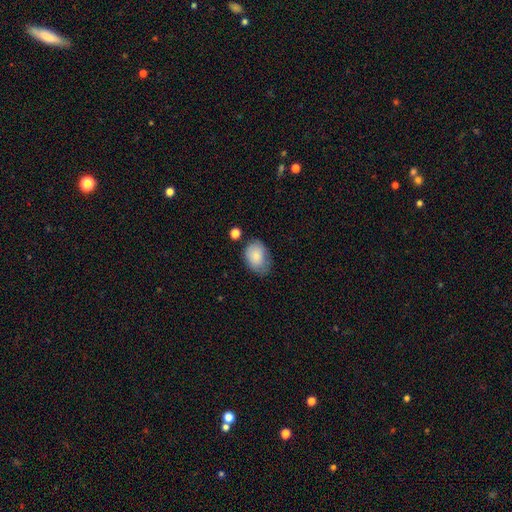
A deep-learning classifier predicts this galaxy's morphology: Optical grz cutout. It shows a smooth galaxy with no disk features (81%) that is in between round and cigar-shaped (78%). Merging: none (57%).